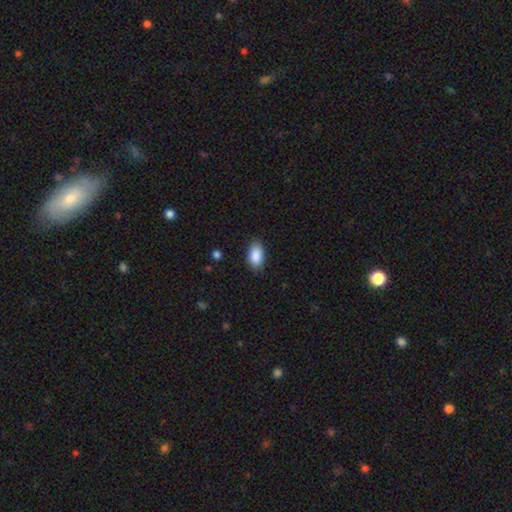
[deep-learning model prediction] smooth_or_featured: smooth (p=0.90) [alt: star or artifact p=0.07]
how_rounded: in between (p=0.93) [alt: round p=0.05]
merging: none (p=0.84) [alt: minor disturbance p=0.12]